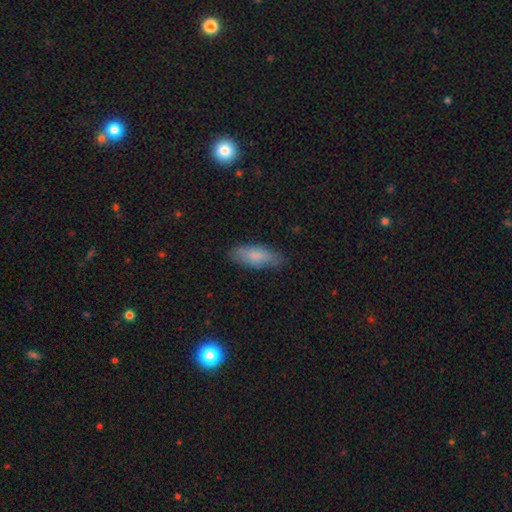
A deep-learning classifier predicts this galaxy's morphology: smooth_or_featured: smooth (p=0.79) [alt: featured or disk p=0.15]
how_rounded: in between (p=0.70) [alt: cigar-shaped p=0.28]
merging: none (p=0.78) [alt: minor disturbance p=0.17]